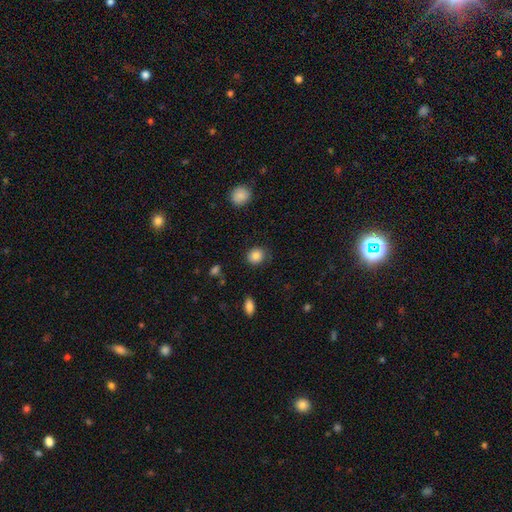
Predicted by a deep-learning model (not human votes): Smooth or featured: smooth — 85% (star or artifact — 9%)
How rounded: round — 81% (in between — 18%)
Merging: none — 84% (minor disturbance — 12%)